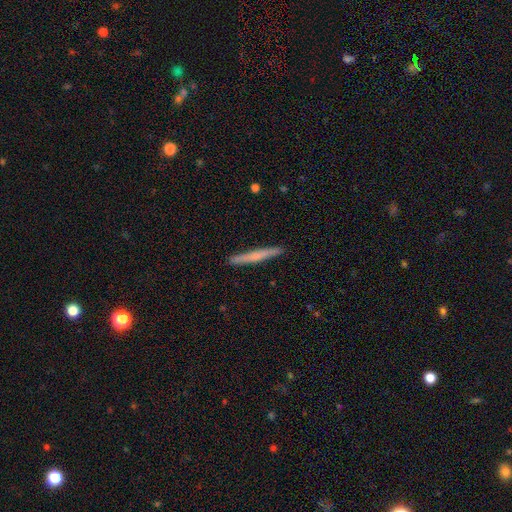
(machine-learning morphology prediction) smooth-or-featured: smooth: 53% | featured or disk: 42% | star or artifact: 6%
  how-rounded: cigar-shaped: 97% | in between: 2% | round: 1%
  merging: none: 92% | minor disturbance: 6% | major disturbance: 1% | merger: 1%